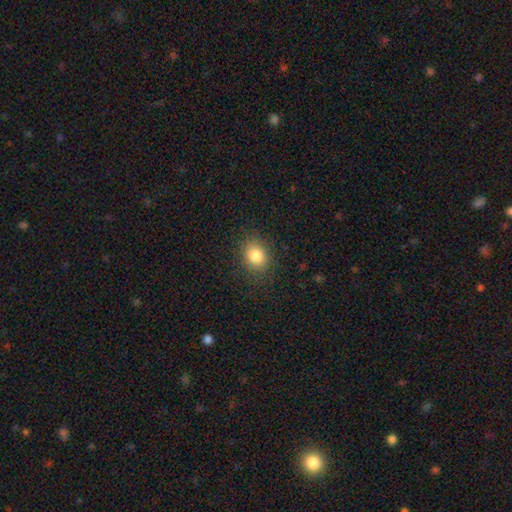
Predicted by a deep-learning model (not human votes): smooth_or_featured: smooth (p=0.83) [alt: star or artifact p=0.11]
how_rounded: round (p=0.53) [alt: in between p=0.46]
merging: none (p=0.86) [alt: minor disturbance p=0.10]